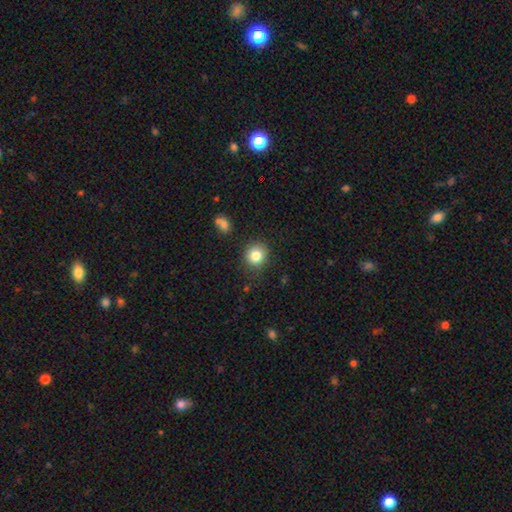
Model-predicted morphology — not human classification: A smooth galaxy with no disk features (82%) that is round (86%).

Vote fractions:
- Smooth or featured? smooth: 82% / star or artifact: 11% / featured or disk: 7%
- How rounded? round: 86% / in between: 13% / cigar-shaped: 1%
- Merging? none: 84% / minor disturbance: 11% / major disturbance: 3% / merger: 2%